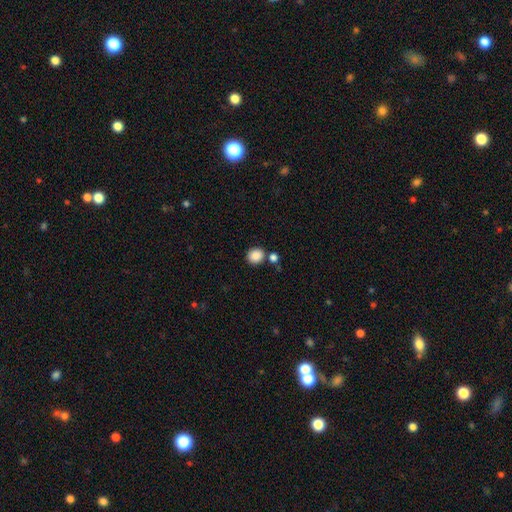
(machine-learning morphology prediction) smooth 87%, star or artifact 9%, featured or disk 4%. Down the decision tree: how rounded — round (81%); merging — none (75%).